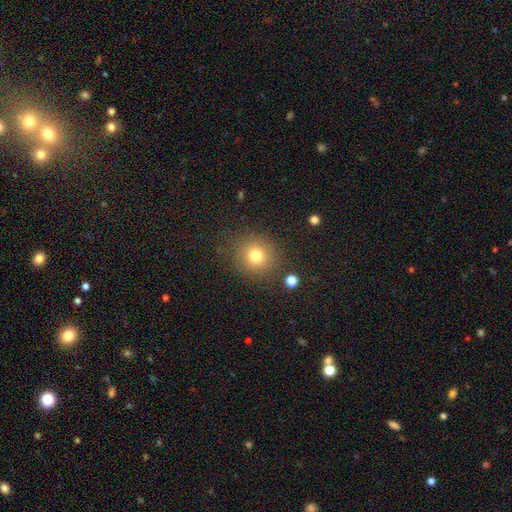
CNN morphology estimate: Smooth or featured? Predicted: smooth (p=0.77). How rounded? Predicted: round (p=0.91). Merging? Predicted: none (p=0.85).